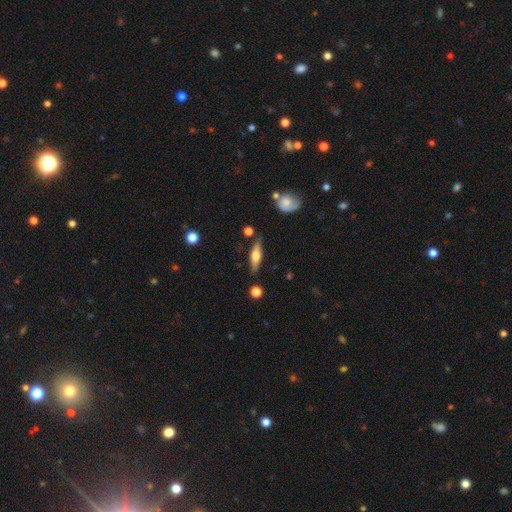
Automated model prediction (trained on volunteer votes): The model was most divided on "smooth or featured": smooth: 51%, featured or disk: 42%, star or artifact: 7%. More confident: merging — none (80%); how rounded — cigar-shaped (57%).